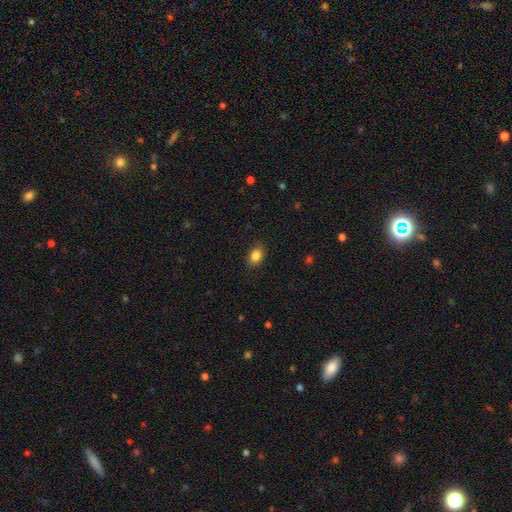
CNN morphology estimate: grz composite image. It shows a smooth galaxy with no disk features (85%) that is in between round and cigar-shaped (76%). Merging: none (87%).